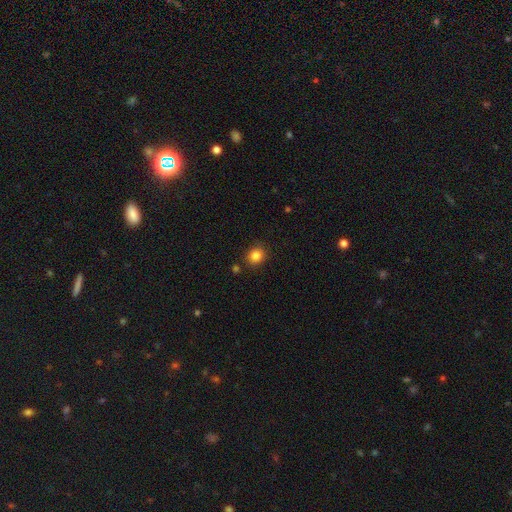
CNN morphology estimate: smooth_or_featured: smooth (p=0.84) [alt: star or artifact p=0.11]
how_rounded: round (p=0.79) [alt: in between p=0.20]
merging: none (p=0.87) [alt: minor disturbance p=0.08]